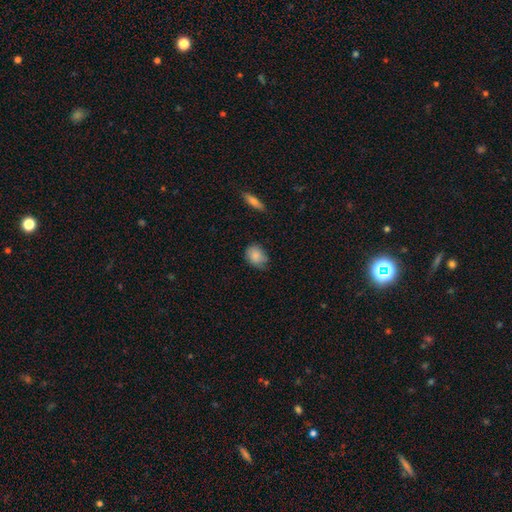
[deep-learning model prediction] This is clearly a smooth galaxy (86%). How rounded: likely in between (61%). Merging: likely none (67%).